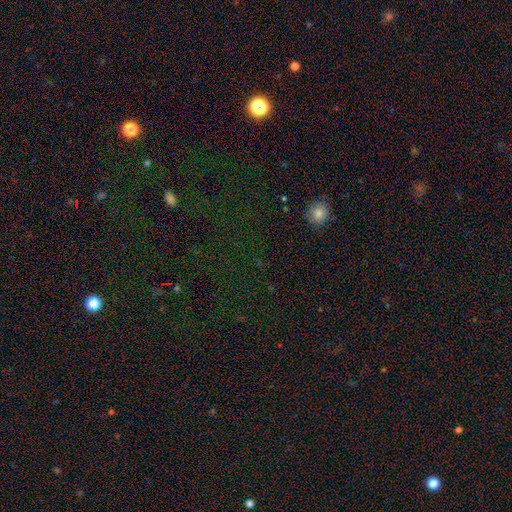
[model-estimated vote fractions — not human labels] smooth-or-featured: star or artifact: 65% | smooth: 26% | featured or disk: 9%